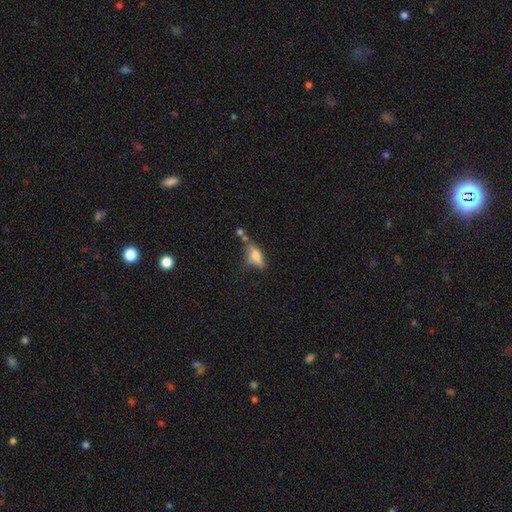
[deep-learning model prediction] smooth 63%, featured or disk 27%, star or artifact 10%. Down the decision tree: how rounded — in between (68%); merging — none (38%).